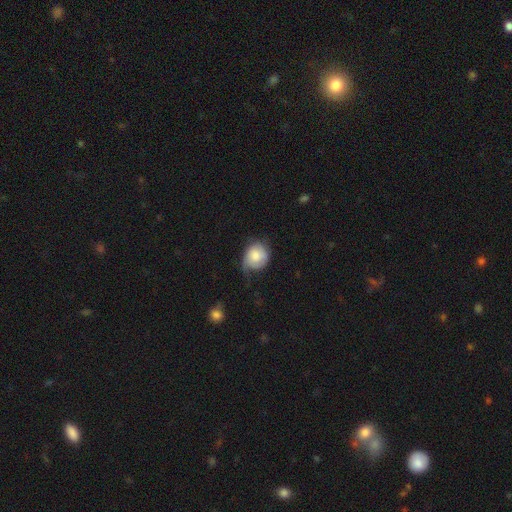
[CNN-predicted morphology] A smooth galaxy with no disk features (61%) that is round (68%).

Vote fractions:
- Smooth or featured? smooth: 61% / featured or disk: 33% / star or artifact: 7%
- How rounded? round: 68% / in between: 31% / cigar-shaped: 1%
- Merging? none: 39% / minor disturbance: 38% / major disturbance: 22% / merger: 2%